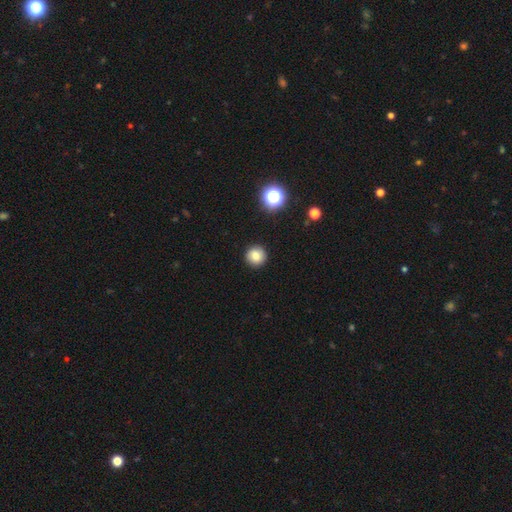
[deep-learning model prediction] The model was most divided on "smooth or featured": smooth: 81%, star or artifact: 12%, featured or disk: 7%. More confident: how rounded — round (94%); merging — none (91%).